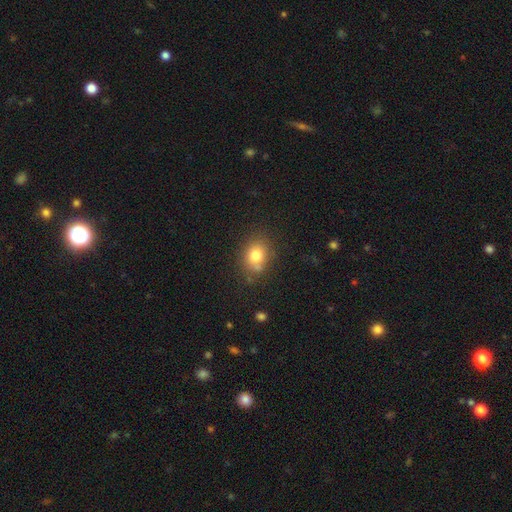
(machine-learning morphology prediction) This appears to be a smooth galaxy with no disk features (79%) that is in between round and cigar-shaped (50%). Merging: none (69%).